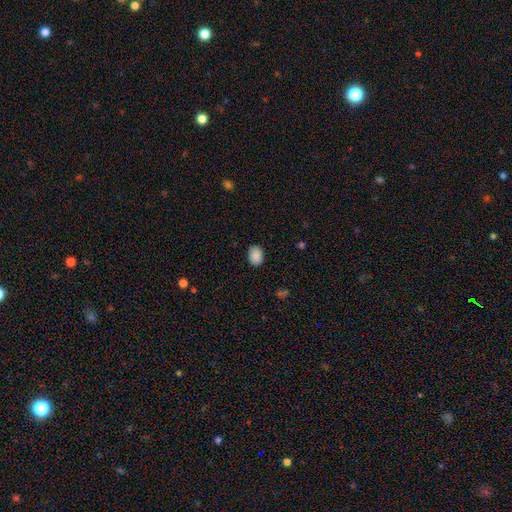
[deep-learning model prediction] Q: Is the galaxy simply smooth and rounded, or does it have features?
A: smooth — 89%.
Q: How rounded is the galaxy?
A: in between — 74%.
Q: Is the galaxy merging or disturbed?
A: none — 85%.